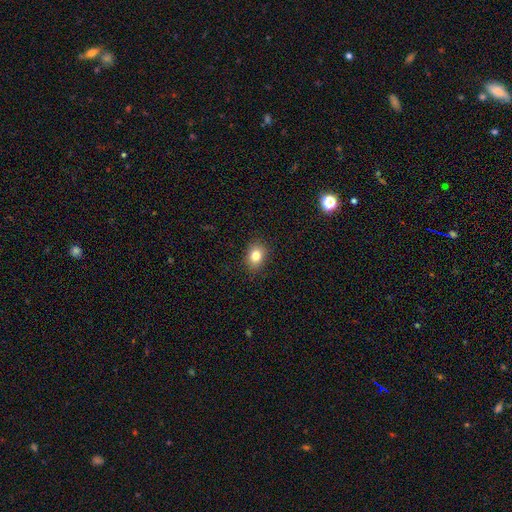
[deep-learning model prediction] smooth_or_featured: smooth (p=0.82) [alt: star or artifact p=0.10]
how_rounded: in between (p=0.65) [alt: round p=0.34]
merging: none (p=0.88) [alt: minor disturbance p=0.09]